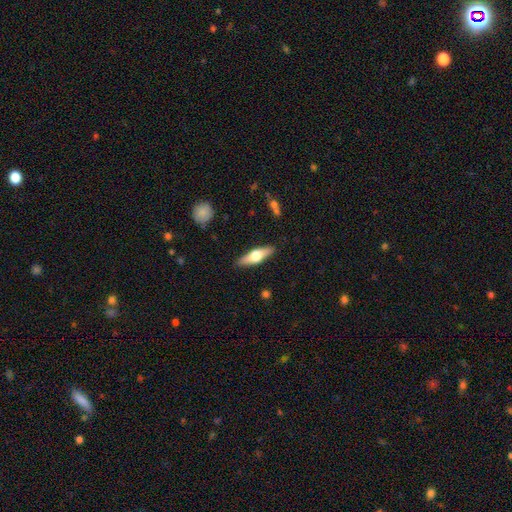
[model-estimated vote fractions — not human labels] Overall: featured or disk (51%; smooth 44%). Edge-on disk: yes (92%). Merging: none (88%).